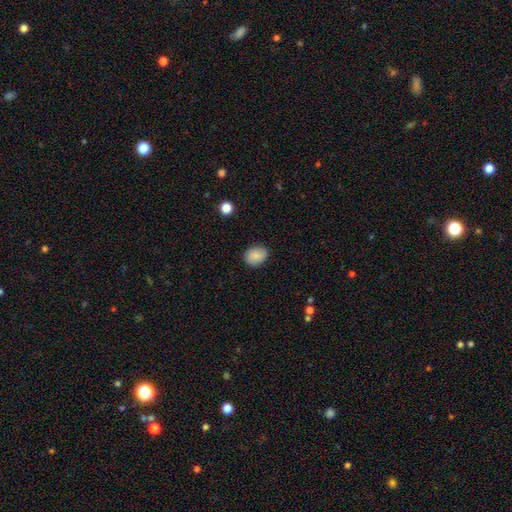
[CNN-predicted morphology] smooth-or-featured: smooth: 85% | star or artifact: 8% | featured or disk: 7%
  how-rounded: in between: 50% | round: 49% | cigar-shaped: 1%
  merging: none: 85% | minor disturbance: 12% | major disturbance: 3% | merger: 1%